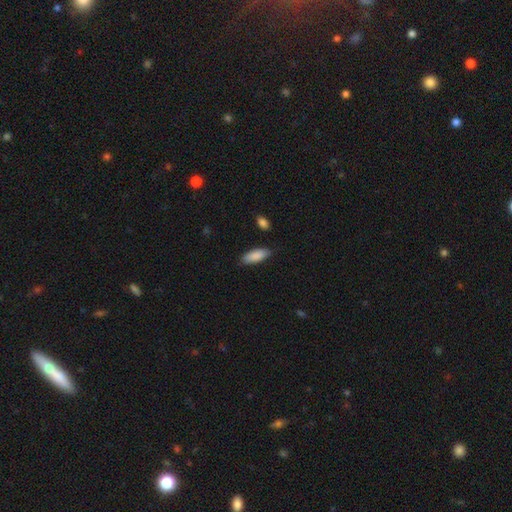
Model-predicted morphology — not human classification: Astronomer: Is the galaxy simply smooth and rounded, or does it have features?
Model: smooth — 88%.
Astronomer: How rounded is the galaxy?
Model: in between — 70%.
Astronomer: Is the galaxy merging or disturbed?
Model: none — 85%.